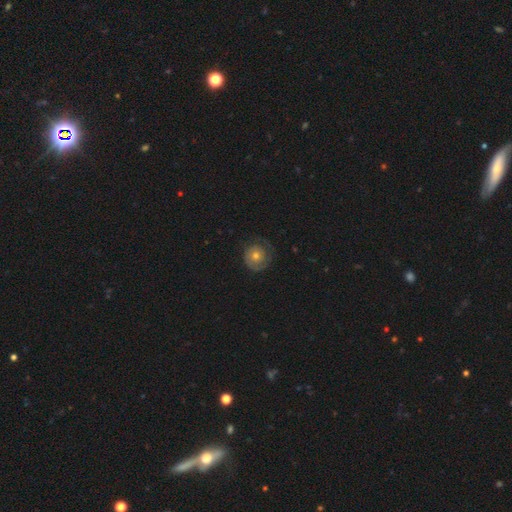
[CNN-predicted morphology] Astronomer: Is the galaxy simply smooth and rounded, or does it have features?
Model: featured or disk — 58% (runner-up: smooth, 34%).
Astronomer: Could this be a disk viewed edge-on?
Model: no — 97%.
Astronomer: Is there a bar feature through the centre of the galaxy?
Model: no — 86%.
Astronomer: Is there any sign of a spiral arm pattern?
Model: yes — 82%.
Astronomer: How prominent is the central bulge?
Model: moderate — 60%.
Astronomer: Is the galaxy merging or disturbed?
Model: none — 74%.